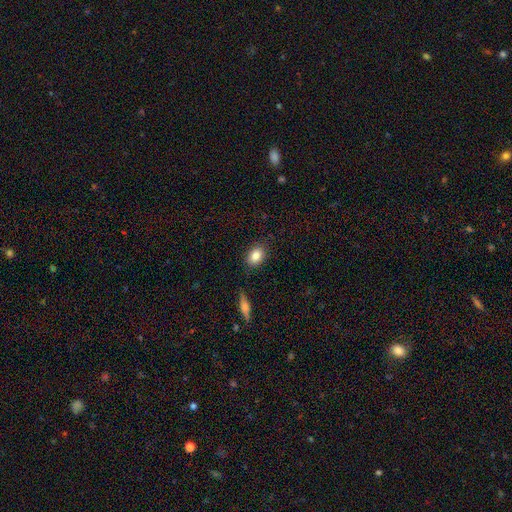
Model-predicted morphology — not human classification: smooth 85%, star or artifact 8%, featured or disk 8%. Down the decision tree: how rounded — in between (74%); merging — none (84%).